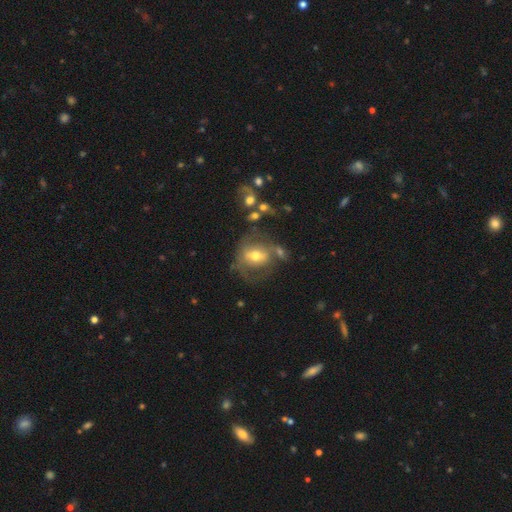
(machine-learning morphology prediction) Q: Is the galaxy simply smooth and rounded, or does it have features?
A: featured or disk — 49%.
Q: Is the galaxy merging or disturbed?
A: none — 40%.